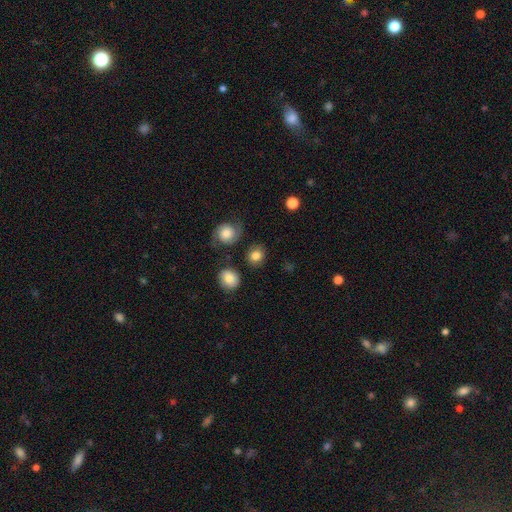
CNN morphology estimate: Q: Smooth or featured?
A: smooth (79%); runner-up: featured or disk (12%)
Q: How rounded?
A: round (79%); runner-up: in between (20%)
Q: Merging?
A: none (78%); runner-up: minor disturbance (12%)